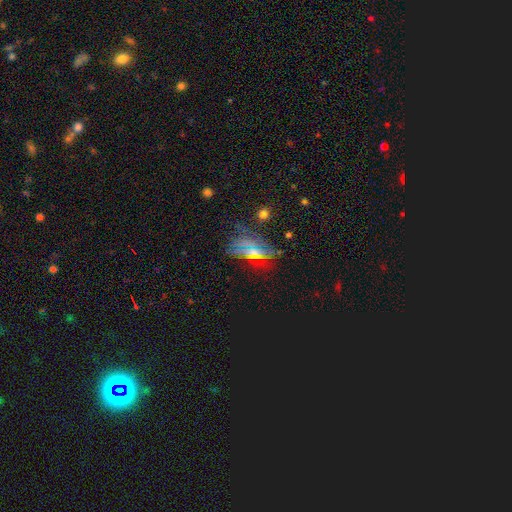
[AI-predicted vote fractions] Smooth or featured: star or artifact — 44% (smooth — 34%)